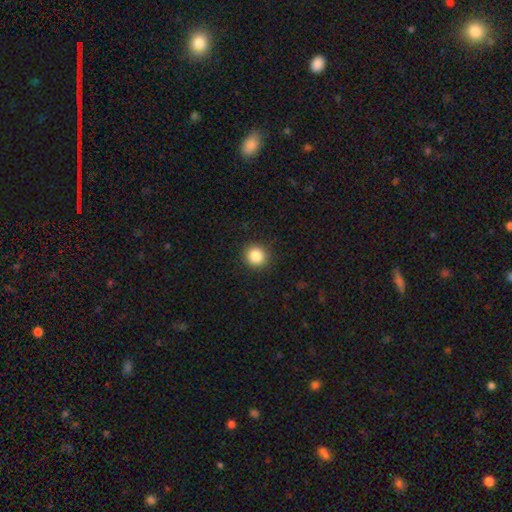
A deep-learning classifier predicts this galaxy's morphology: Overall: smooth (85%). How rounded: round (92%). Merging: none (91%).